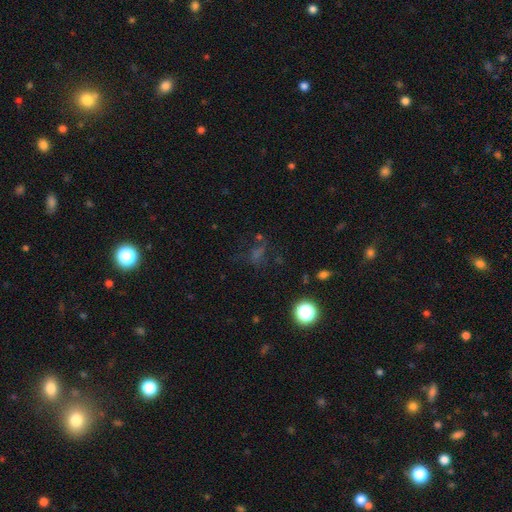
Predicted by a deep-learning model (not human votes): smooth_or_featured: star or artifact (p=0.50) [alt: smooth p=0.33]